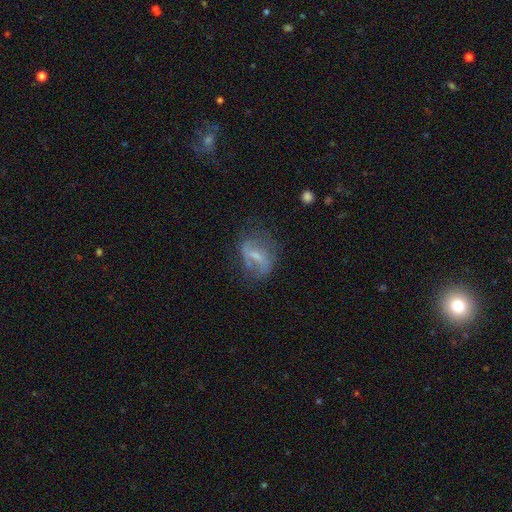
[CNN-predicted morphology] This appears to be a featured or disk galaxy (60%) with a weak bar (46%), spiral arms (58%) and a small central bulge (44%). Merging: none (45%).